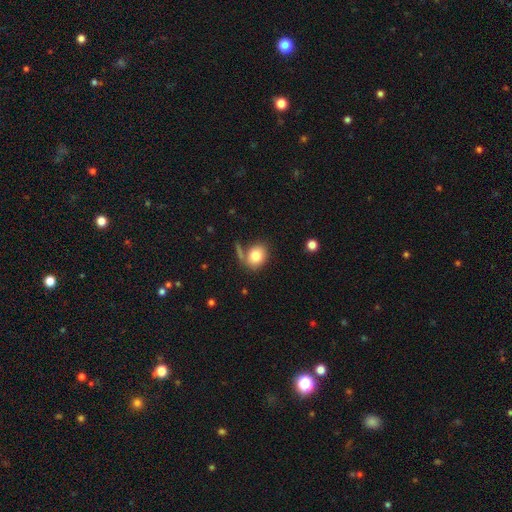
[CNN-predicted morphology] This appears to be a smooth galaxy with no disk features (80%) that is round (53%). Merging: none (63%).